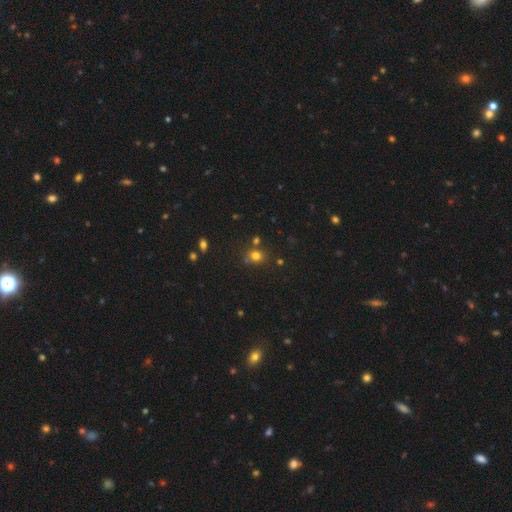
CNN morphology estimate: The model was most divided on "how rounded": round: 76%, in between: 23%, cigar-shaped: 1%. More confident: smooth or featured — smooth (73%); merging — none (71%).